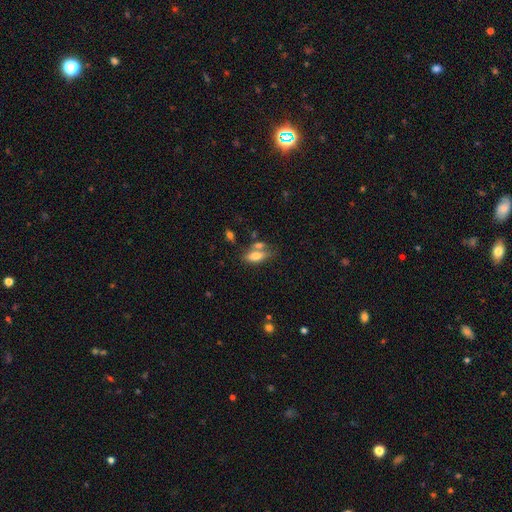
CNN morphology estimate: This appears to be a smooth galaxy with no disk features (70%) that is in between round and cigar-shaped (74%). Merging: none (48%).